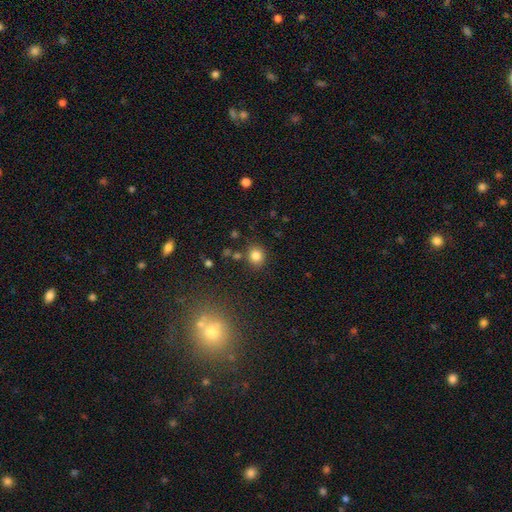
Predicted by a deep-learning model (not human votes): Smooth or featured? smooth (83%)
How rounded? round (79%)
Merging? none (81%)